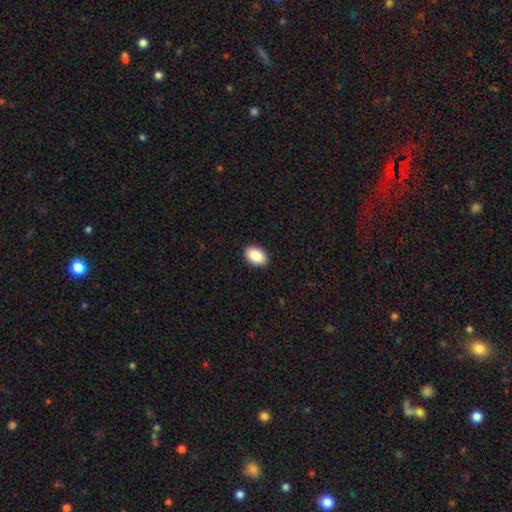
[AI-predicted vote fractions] Smooth or featured? Predicted: smooth (p=0.88). How rounded? Predicted: in between (p=0.88). Merging? Predicted: none (p=0.91).